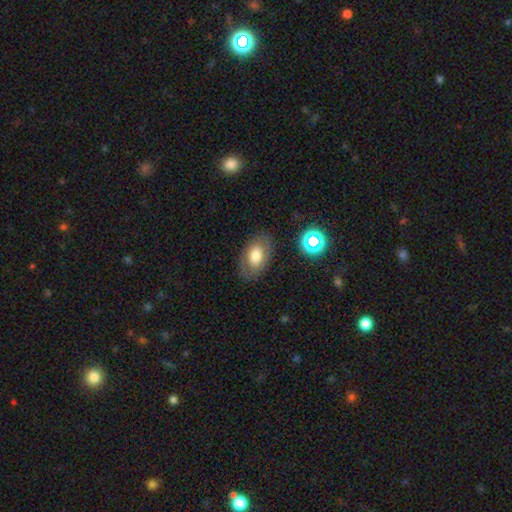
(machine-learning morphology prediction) A smooth galaxy with no disk features (70%) that is in between round and cigar-shaped (89%).

Vote fractions:
- Smooth or featured? smooth: 70% / featured or disk: 20% / star or artifact: 9%
- How rounded? in between: 89% / round: 10% / cigar-shaped: 1%
- Merging? none: 80% / minor disturbance: 13% / major disturbance: 5% / merger: 2%